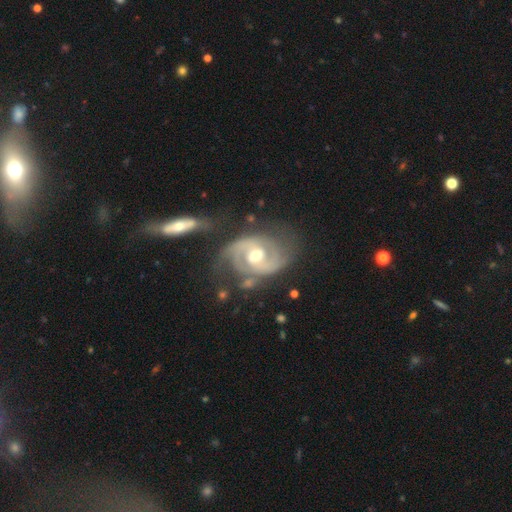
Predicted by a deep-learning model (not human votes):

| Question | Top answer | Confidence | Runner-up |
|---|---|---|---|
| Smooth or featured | featured or disk | 89% | smooth (7%) |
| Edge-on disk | no | 97% | yes (3%) |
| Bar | weak | 50% | no (29%) |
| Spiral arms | yes | 96% | no (4%) |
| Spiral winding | medium | 46% | tight (43%) |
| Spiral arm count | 2 | 81% | can't tell (7%) |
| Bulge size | moderate | 74% | small (13%) |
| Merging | none | 57% | minor disturbance (21%) |